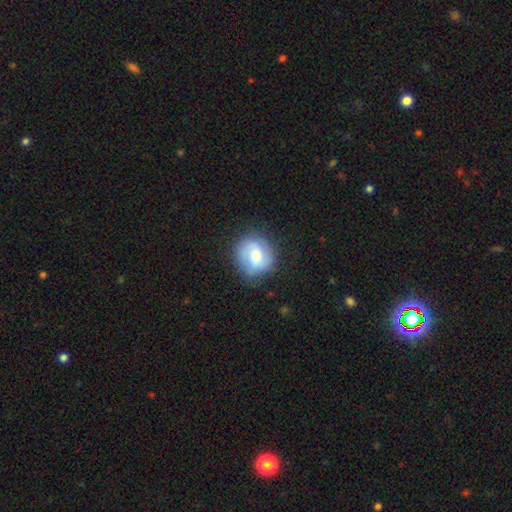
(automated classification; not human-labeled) smooth 65%, featured or disk 28%, star or artifact 8%. Down the decision tree: how rounded — round (87%); merging — none (79%).